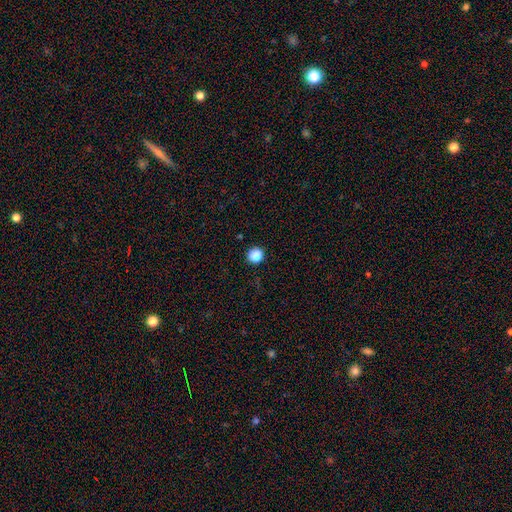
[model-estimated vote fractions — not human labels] Smooth or featured? Predicted: smooth (p=0.87). How rounded? Predicted: round (p=0.94). Merging? Predicted: none (p=0.91).